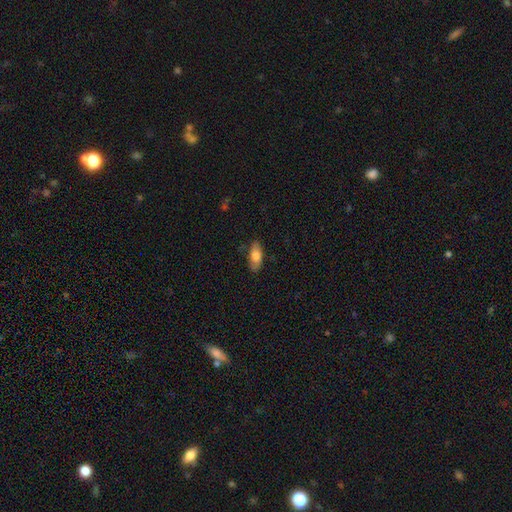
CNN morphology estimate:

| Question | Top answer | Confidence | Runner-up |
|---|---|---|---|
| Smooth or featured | smooth | 75% | featured or disk (19%) |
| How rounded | in between | 80% | cigar-shaped (17%) |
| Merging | none | 81% | minor disturbance (15%) |